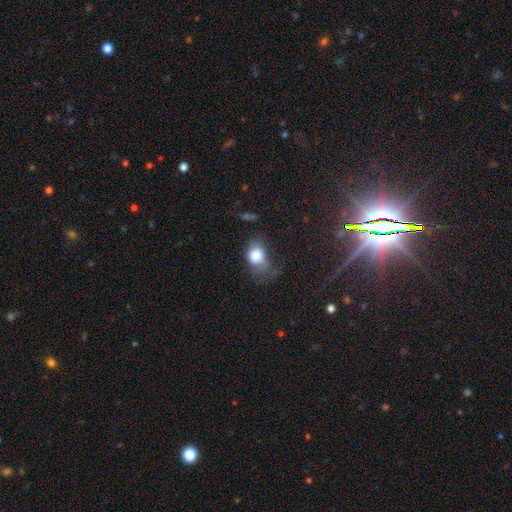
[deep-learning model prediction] Smooth or featured: smooth — 77% (featured or disk — 14%)
How rounded: in between — 61% (round — 38%)
Merging: major disturbance — 39% (minor disturbance — 29%)